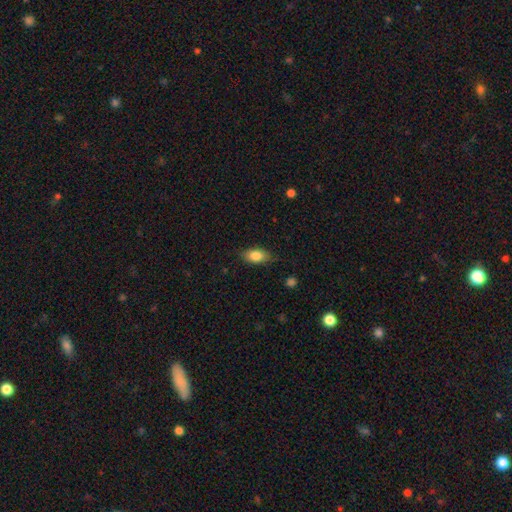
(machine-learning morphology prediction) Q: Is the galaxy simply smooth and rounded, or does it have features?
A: smooth — 84%.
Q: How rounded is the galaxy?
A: in between — 89%.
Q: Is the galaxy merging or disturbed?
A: none — 82%.